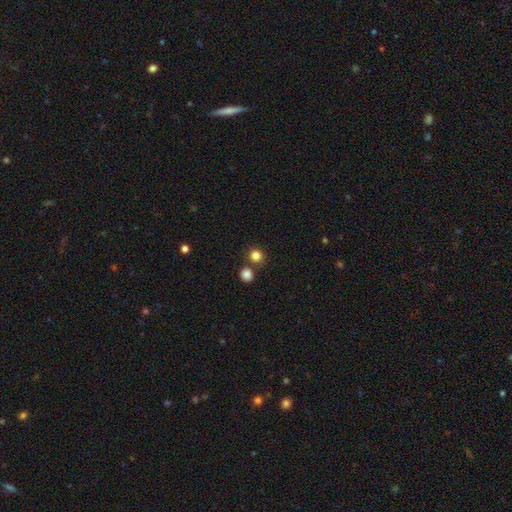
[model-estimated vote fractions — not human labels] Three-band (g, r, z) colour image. It shows a smooth galaxy with no disk features (83%) that is round (88%). Merging: none (71%).